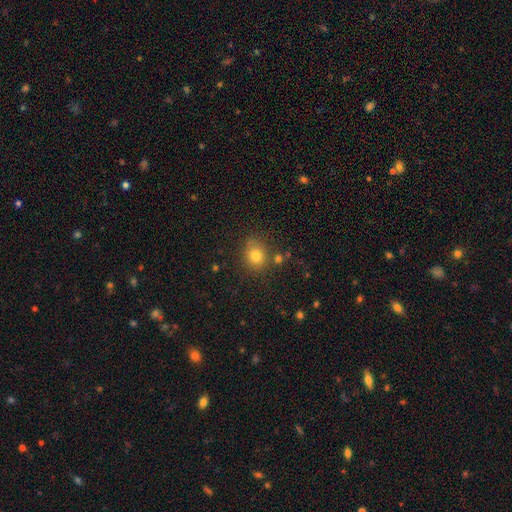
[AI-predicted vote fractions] Smooth or featured? smooth (78%)
How rounded? round (69%)
Merging? none (75%)